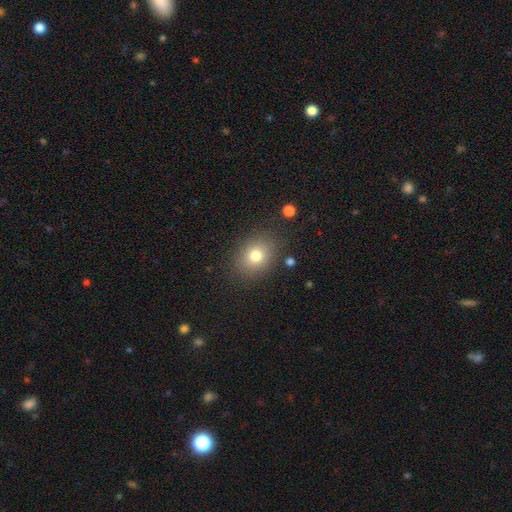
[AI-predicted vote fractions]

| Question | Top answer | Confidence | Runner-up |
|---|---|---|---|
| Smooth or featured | smooth | 77% | star or artifact (12%) |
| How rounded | round | 52% | in between (47%) |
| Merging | none | 84% | minor disturbance (10%) |